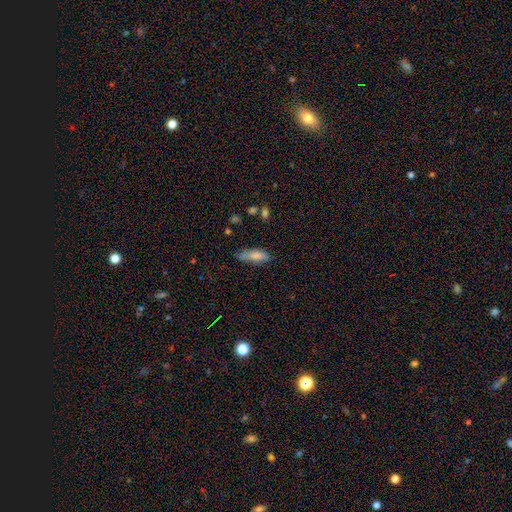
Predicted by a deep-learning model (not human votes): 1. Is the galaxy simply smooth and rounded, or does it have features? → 79% smooth, 14% featured or disk, 7% star or artifact.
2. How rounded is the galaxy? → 65% in between, 33% cigar-shaped, 2% round.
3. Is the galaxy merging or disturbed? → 61% none, 28% minor disturbance, 7% major disturbance, 4% merger.